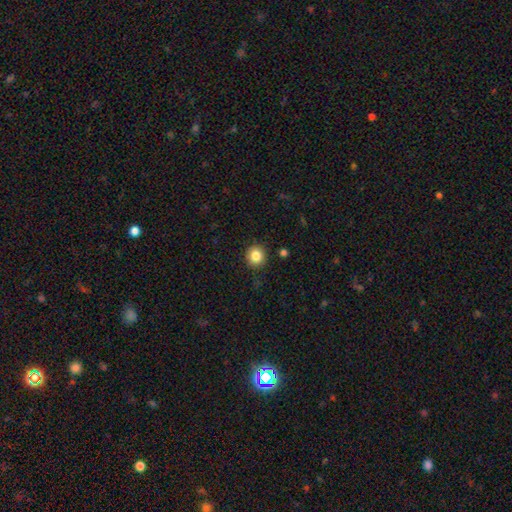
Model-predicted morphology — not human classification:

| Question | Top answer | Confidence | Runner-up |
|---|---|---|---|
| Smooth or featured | smooth | 84% | star or artifact (10%) |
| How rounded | round | 90% | in between (9%) |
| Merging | none | 90% | minor disturbance (6%) |